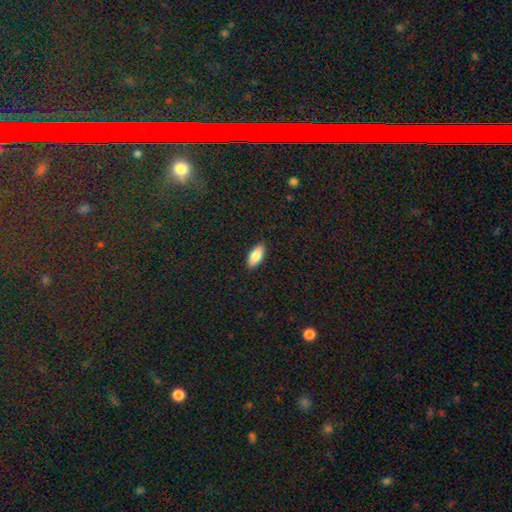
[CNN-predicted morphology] Q: Smooth or featured?
A: smooth (84%); runner-up: featured or disk (10%)
Q: How rounded?
A: in between (87%); runner-up: cigar-shaped (10%)
Q: Merging?
A: none (89%); runner-up: minor disturbance (8%)